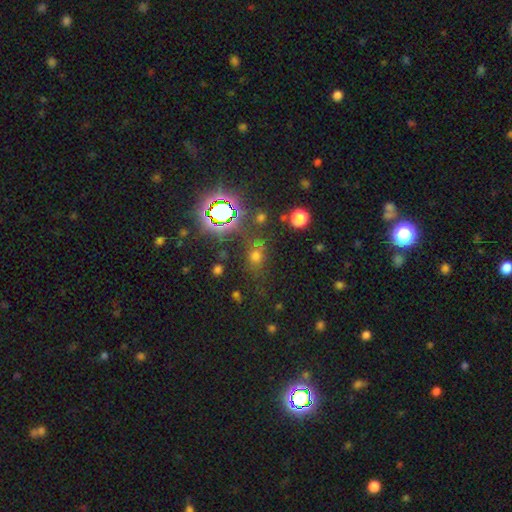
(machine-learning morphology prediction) A smooth galaxy with no disk features (52%) that is round (55%).

Vote fractions:
- Smooth or featured? smooth: 52% / star or artifact: 36% / featured or disk: 12%
- How rounded? round: 55% / in between: 41% / cigar-shaped: 4%
- Merging? none: 64% / minor disturbance: 16% / major disturbance: 10% / merger: 9%